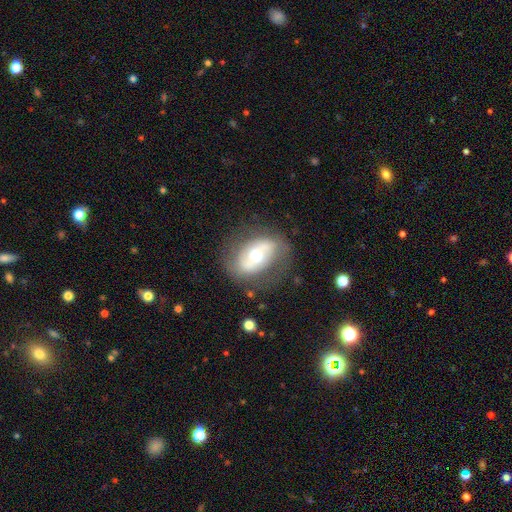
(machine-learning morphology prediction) A featured or disk galaxy (60%) with no bar (49%), spiral arms (50%, tied with no) and a moderate central bulge (71%). Merging: none (70%).